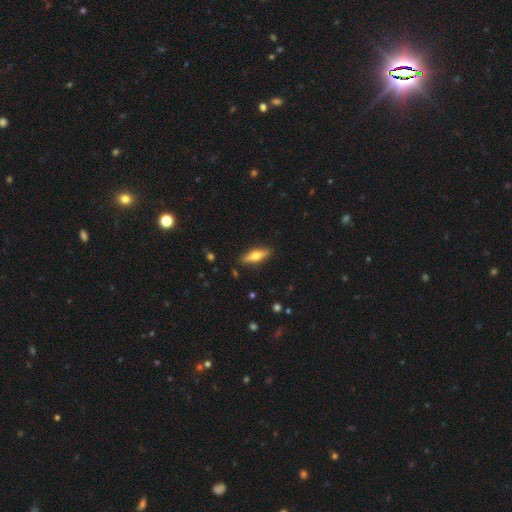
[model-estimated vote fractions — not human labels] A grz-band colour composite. It shows a smooth galaxy with no disk features (52%) that is cigar-shaped (51%). Merging: none (87%).